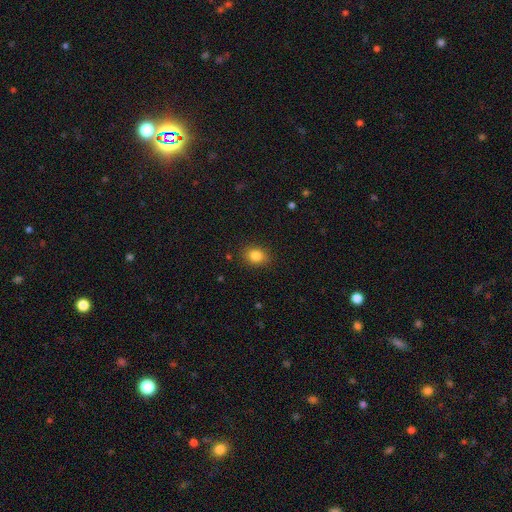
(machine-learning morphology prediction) Overall: smooth (84%). How rounded: in between (54%; round 45%). Merging: none (88%).